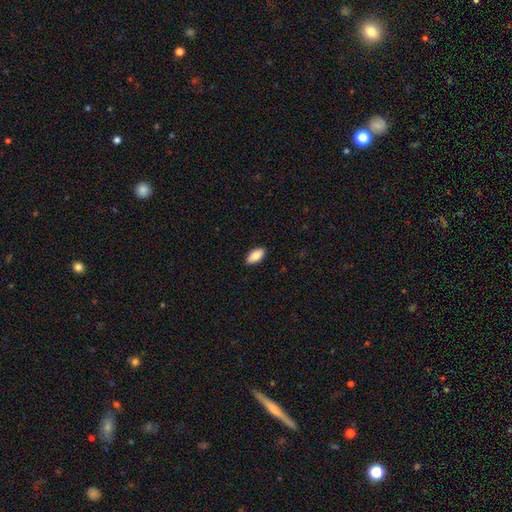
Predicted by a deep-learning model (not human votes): Smooth or featured? Predicted: smooth (p=0.84). How rounded? Predicted: in between (p=0.91). Merging? Predicted: none (p=0.90).